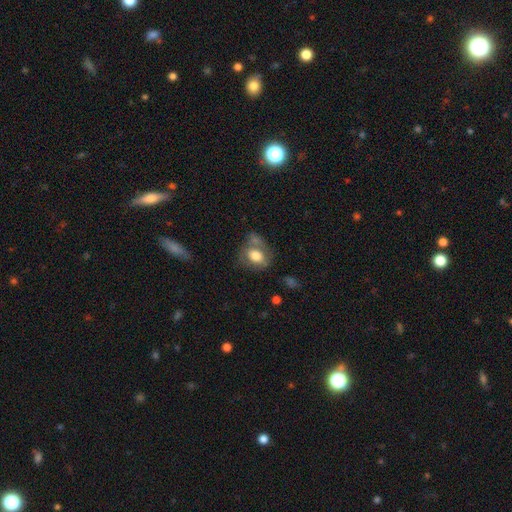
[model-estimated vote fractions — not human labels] This is likely a smooth galaxy (68%). How rounded: likely in between (60%). Merging: marginally none (45%).